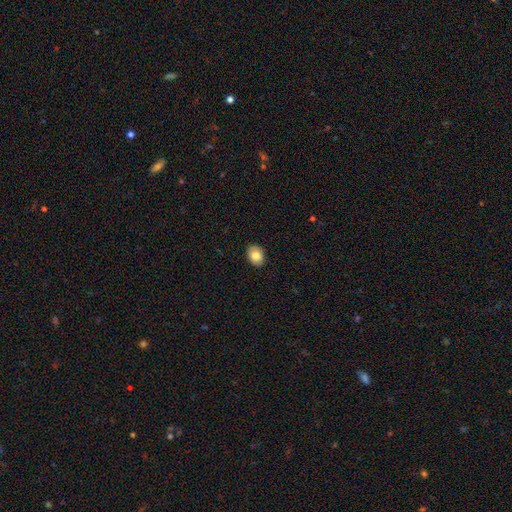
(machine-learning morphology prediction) The model was most divided on "how rounded": in between: 66%, round: 33%, cigar-shaped: 1%. More confident: merging — none (88%); smooth or featured — smooth (81%).